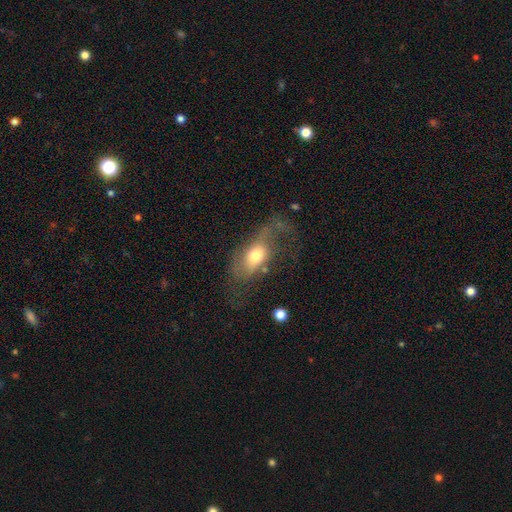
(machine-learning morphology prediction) A smooth galaxy with no disk features (52%) that is in between round and cigar-shaped (83%). Merging: major disturbance (43%).